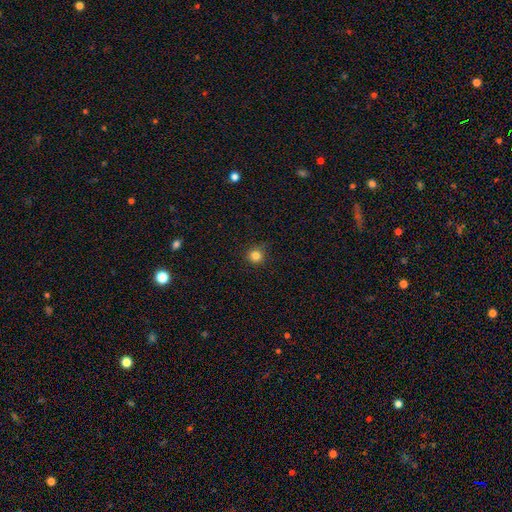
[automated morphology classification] The model was most divided on "smooth or featured": smooth: 82%, star or artifact: 13%, featured or disk: 4%. More confident: how rounded — round (94%); merging — none (89%).